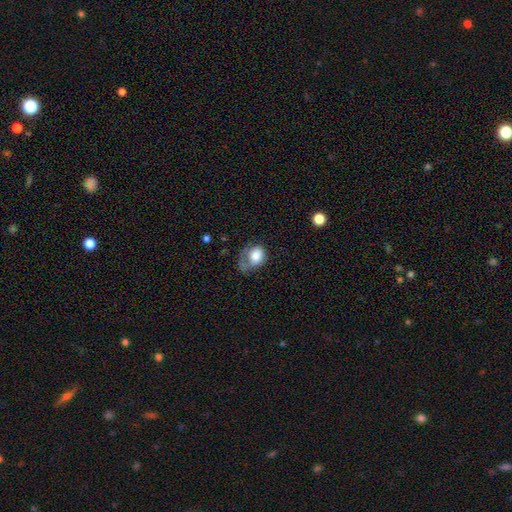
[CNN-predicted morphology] A smooth galaxy with no disk features (71%) that is in between round and cigar-shaped (60%). Merging: major disturbance (41%).